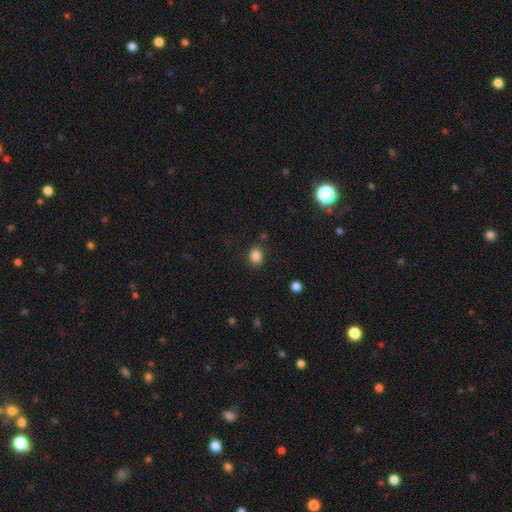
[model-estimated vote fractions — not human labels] A smooth galaxy with no disk features (84%) that is round (60%).

Vote fractions:
- Smooth or featured? smooth: 84% / star or artifact: 11% / featured or disk: 5%
- How rounded? round: 60% / in between: 40% / cigar-shaped: 1%
- Merging? none: 81% / minor disturbance: 12% / major disturbance: 4% / merger: 3%